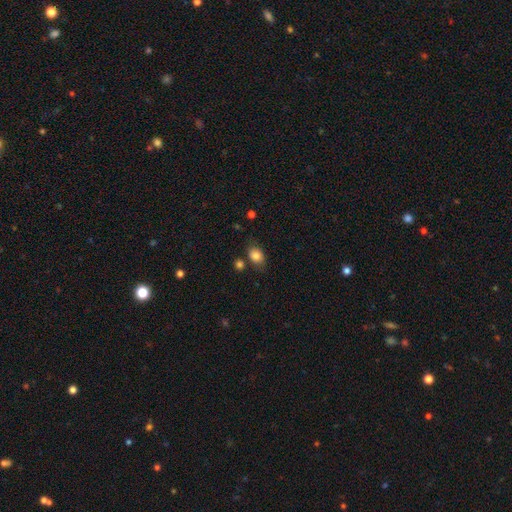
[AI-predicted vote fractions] A smooth galaxy with no disk features (84%) that is in between round and cigar-shaped (63%).

Vote fractions:
- Smooth or featured? smooth: 84% / star or artifact: 10% / featured or disk: 7%
- How rounded? in between: 63% / round: 35% / cigar-shaped: 1%
- Merging? none: 71% / minor disturbance: 16% / merger: 7% / major disturbance: 5%